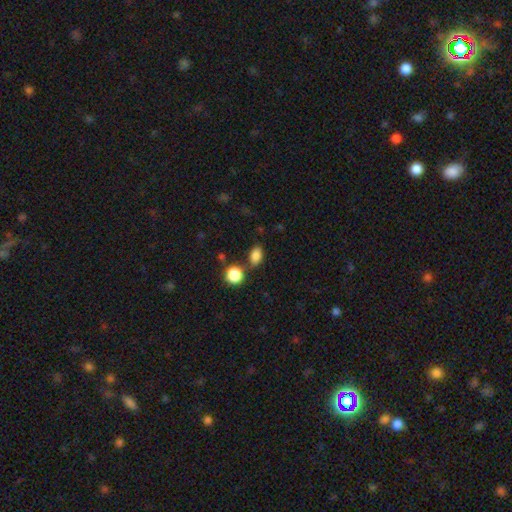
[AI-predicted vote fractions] Smooth or featured?
  - smooth: 84% *
  - star or artifact: 12%
  - featured or disk: 5%
How rounded?
  - in between: 81% *
  - round: 17%
  - cigar-shaped: 2%
Merging?
  - none: 72% *
  - minor disturbance: 14%
  - merger: 10%
  - major disturbance: 4%